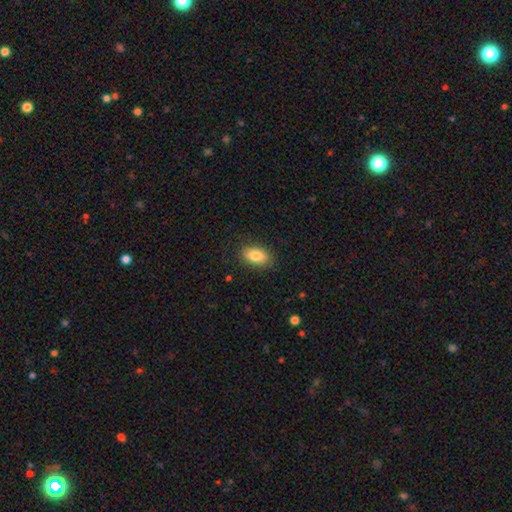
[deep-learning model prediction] This appears to be a smooth galaxy with no disk features (83%) that is in between round and cigar-shaped (90%). Merging: none (87%).